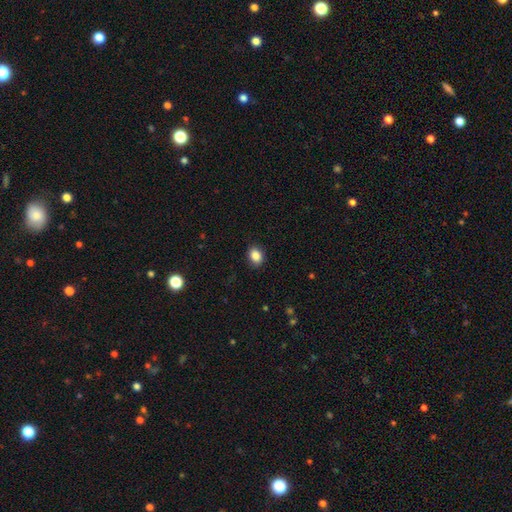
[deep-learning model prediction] The model was most divided on "how rounded": in between: 63%, round: 36%, cigar-shaped: 1%. More confident: merging — none (89%); smooth or featured — smooth (86%).